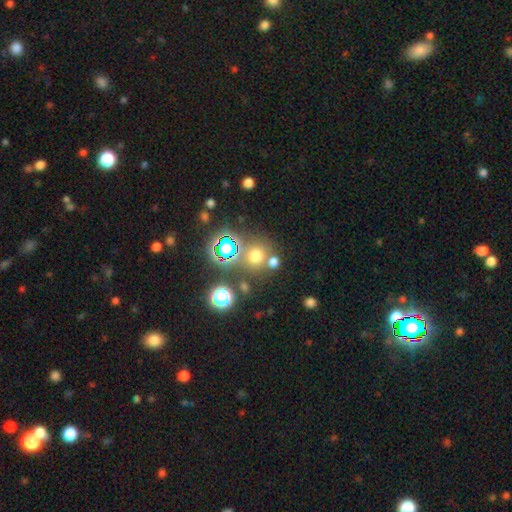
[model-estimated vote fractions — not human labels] Morphology: type=smooth (62%); roundness=round (89%); merging=none (71%).